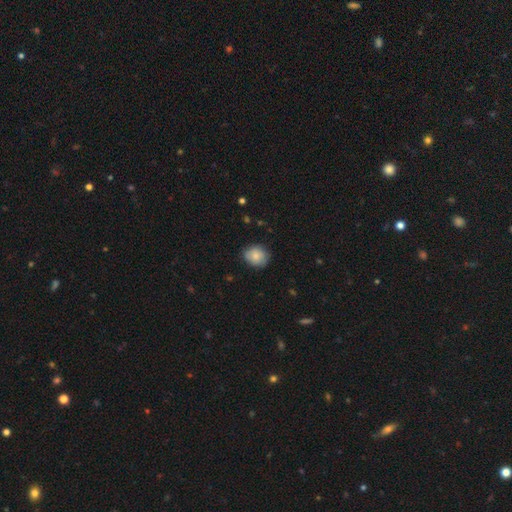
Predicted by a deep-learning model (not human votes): Smooth or featured? smooth (79%)
How rounded? round (69%)
Merging? none (77%)